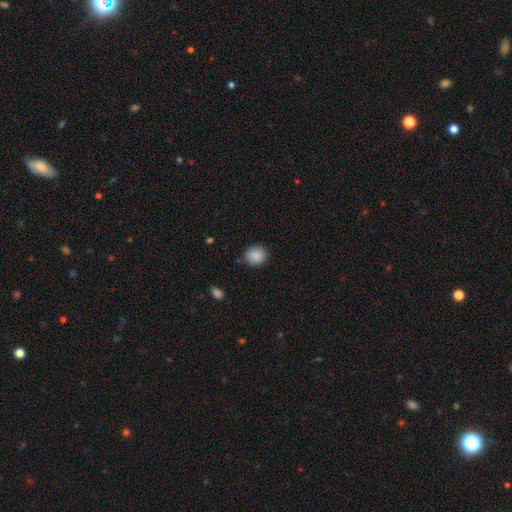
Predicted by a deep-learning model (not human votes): Q: Smooth or featured?
A: smooth (89%); runner-up: star or artifact (8%)
Q: How rounded?
A: round (79%); runner-up: in between (20%)
Q: Merging?
A: none (86%); runner-up: minor disturbance (10%)